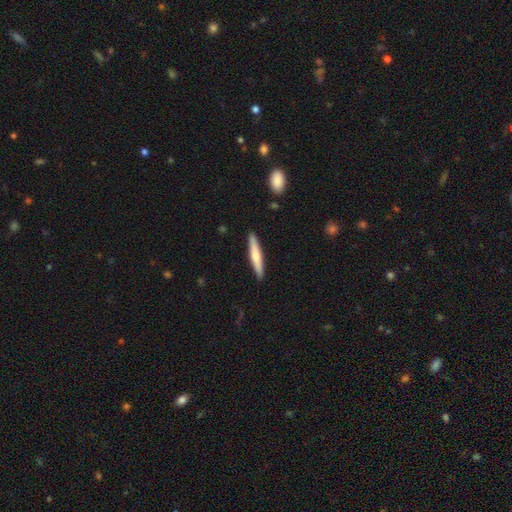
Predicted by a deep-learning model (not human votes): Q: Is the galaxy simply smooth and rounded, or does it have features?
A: smooth — 60%.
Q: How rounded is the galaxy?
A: cigar-shaped — 92%.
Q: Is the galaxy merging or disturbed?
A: none — 90%.